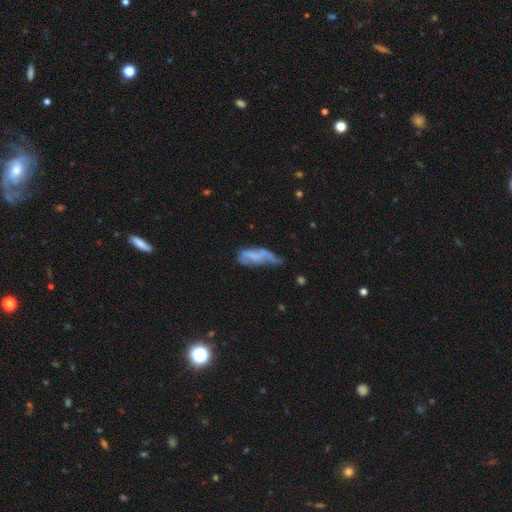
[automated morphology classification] smooth 46%, featured or disk 43%, star or artifact 11%. Down the decision tree: merging — major disturbance (35%).